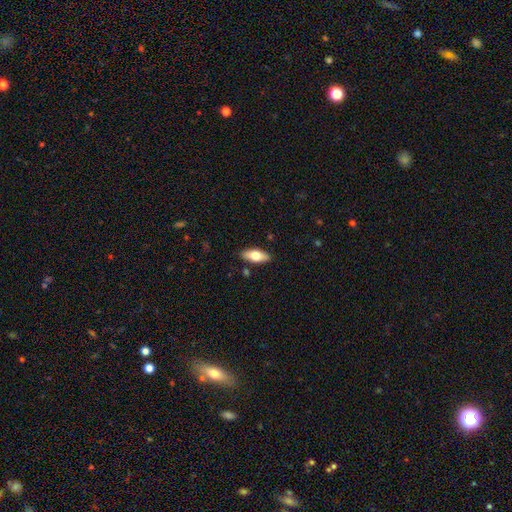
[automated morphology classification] This is likely a smooth galaxy (68%). How rounded: likely in between (79%). Merging: clearly none (87%).